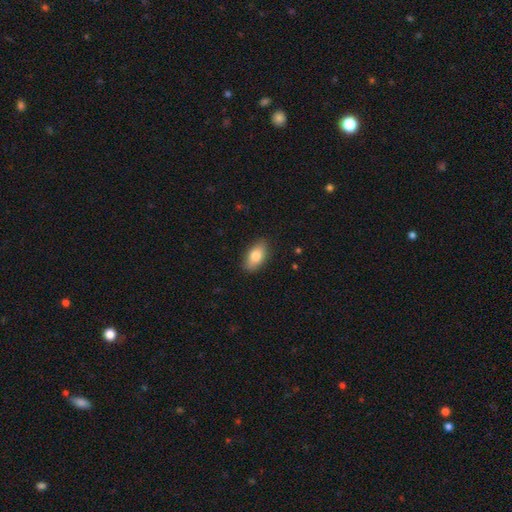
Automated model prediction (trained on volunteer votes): A smooth galaxy with no disk features (80%) that is in between round and cigar-shaped (89%). Merging: none (87%).